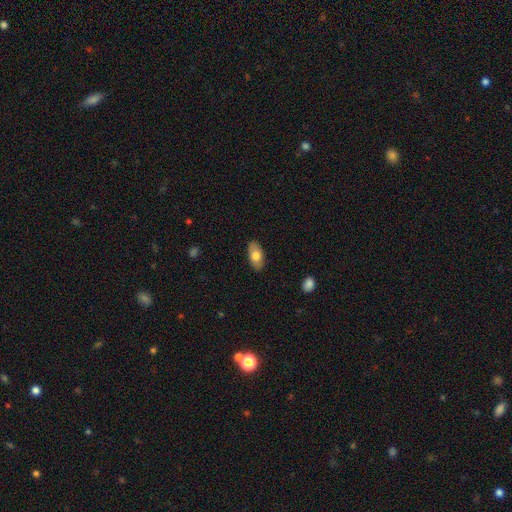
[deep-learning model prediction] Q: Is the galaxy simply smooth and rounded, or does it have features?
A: smooth — 74%.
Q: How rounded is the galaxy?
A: in between — 91%.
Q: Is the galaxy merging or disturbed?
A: none — 87%.